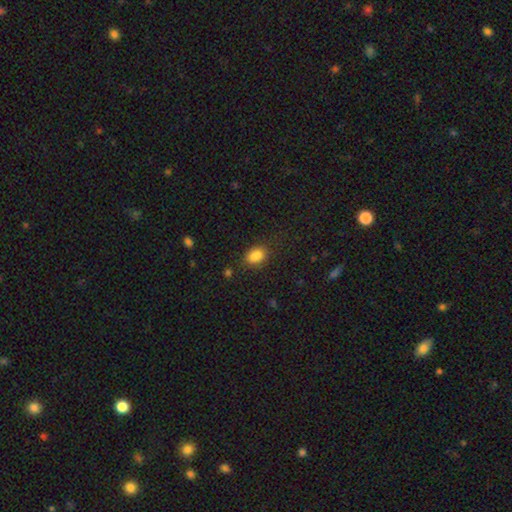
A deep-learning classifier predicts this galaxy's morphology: Smooth or featured? Predicted: smooth (p=0.85). How rounded? Predicted: in between (p=0.78). Merging? Predicted: none (p=0.72).